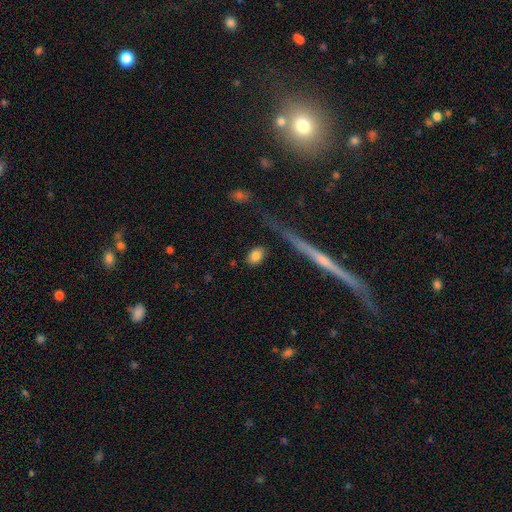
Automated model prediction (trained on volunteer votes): Smooth or featured?
  - smooth: 83% *
  - featured or disk: 9%
  - star or artifact: 8%
How rounded?
  - in between: 80% *
  - round: 16%
  - cigar-shaped: 4%
Merging?
  - none: 82% *
  - minor disturbance: 10%
  - major disturbance: 4%
  - merger: 4%